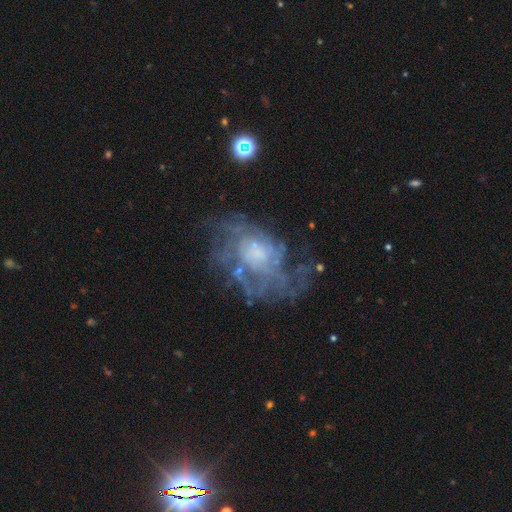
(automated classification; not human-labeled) The model was most divided on "bulge size": small: 40%, moderate: 31%, none: 21%, large: 7%, dominant: 2%. Remaining: edge-on disk — no (96%); spiral arms — yes (77%); bar — no (76%); smooth or featured — featured or disk (76%); merging — none (59%); spiral arm count — can't tell (57%); spiral winding — tight (49%).